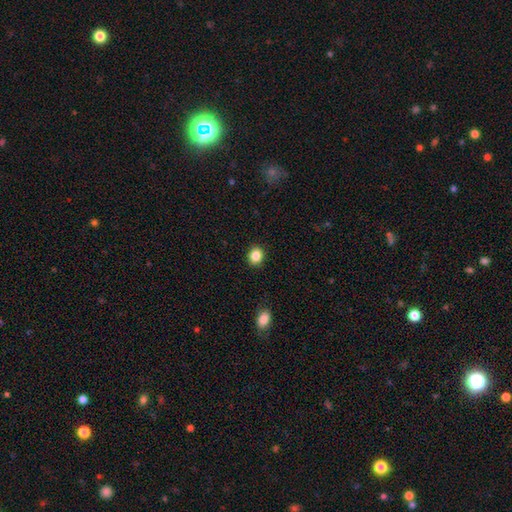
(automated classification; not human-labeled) Overall: smooth (86%). How rounded: round (64%; in between 35%). Merging: none (91%).